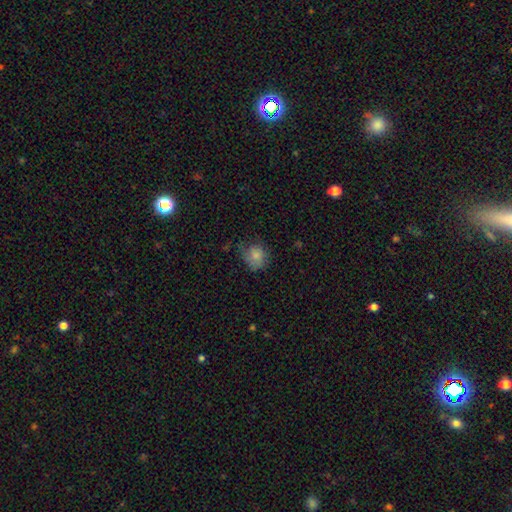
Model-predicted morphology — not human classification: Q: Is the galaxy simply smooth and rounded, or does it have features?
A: smooth — 78%.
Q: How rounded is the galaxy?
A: round — 71%.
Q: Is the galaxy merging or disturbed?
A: none — 52%.